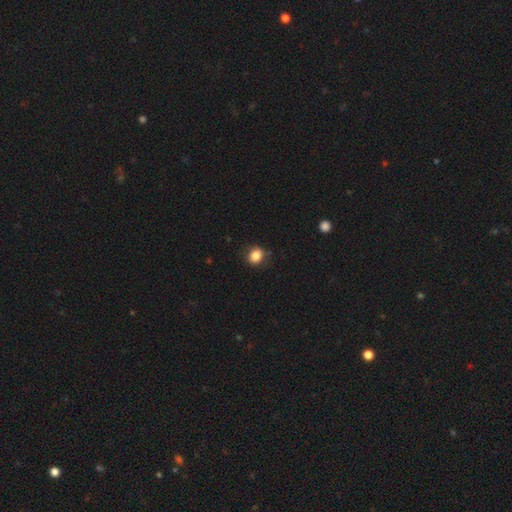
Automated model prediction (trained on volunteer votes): smooth_or_featured: smooth (p=0.84) [alt: star or artifact p=0.10]
how_rounded: round (p=0.65) [alt: in between p=0.34]
merging: none (p=0.81) [alt: minor disturbance p=0.15]